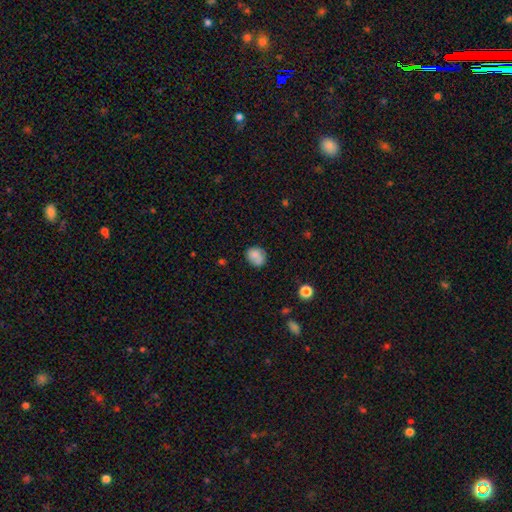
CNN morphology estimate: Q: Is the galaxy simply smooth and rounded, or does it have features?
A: smooth — 78%.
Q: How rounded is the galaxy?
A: round — 57%.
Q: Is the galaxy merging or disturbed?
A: none — 63%.